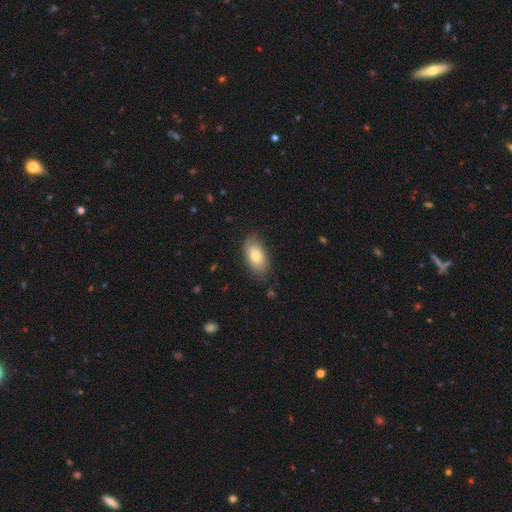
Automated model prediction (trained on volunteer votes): The model was most divided on "smooth or featured": smooth: 76%, featured or disk: 18%, star or artifact: 7%. More confident: how rounded — in between (92%); merging — none (77%).